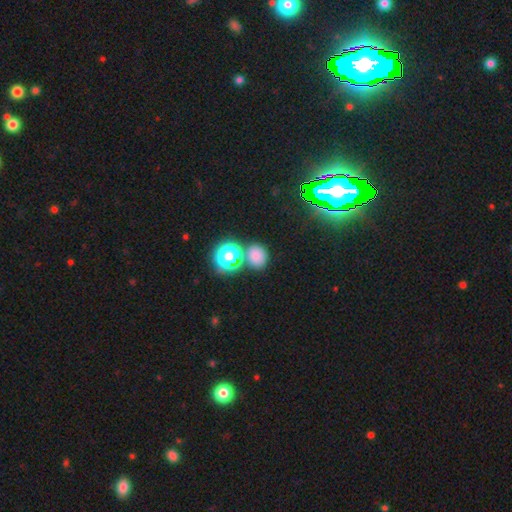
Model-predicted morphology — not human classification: The model was most divided on "merging": none: 66%, merger: 21%, minor disturbance: 10%, major disturbance: 4%. More confident: how rounded — round (74%); smooth or featured — smooth (71%).